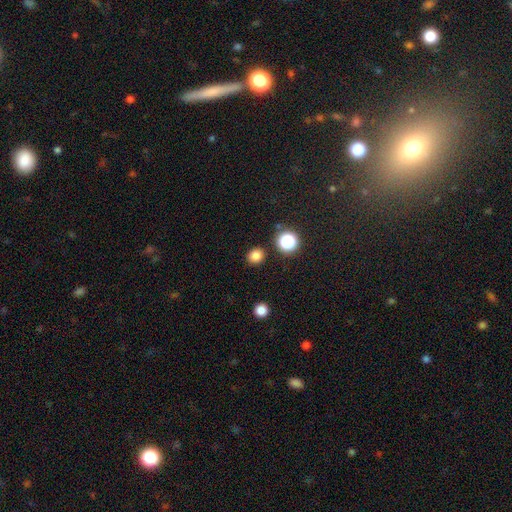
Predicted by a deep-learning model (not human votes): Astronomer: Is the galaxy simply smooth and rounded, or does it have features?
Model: smooth — 82%.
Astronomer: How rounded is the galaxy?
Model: round — 78%.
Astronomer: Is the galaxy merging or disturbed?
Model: none — 88%.